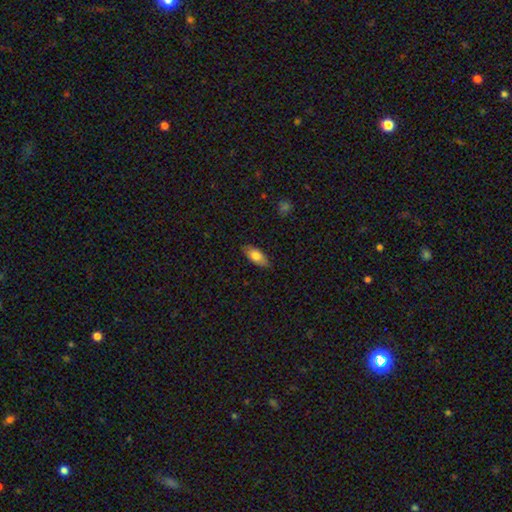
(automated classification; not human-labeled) Q: Smooth or featured?
A: smooth (77%); runner-up: featured or disk (17%)
Q: How rounded?
A: in between (85%); runner-up: cigar-shaped (12%)
Q: Merging?
A: none (84%); runner-up: minor disturbance (12%)